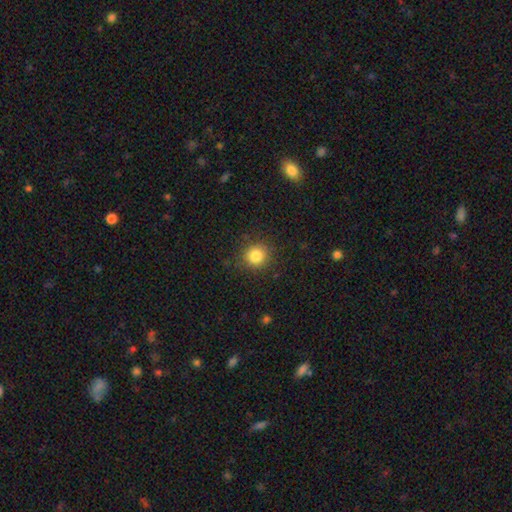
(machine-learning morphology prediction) Overall: smooth (83%). How rounded: round (91%). Merging: none (89%).